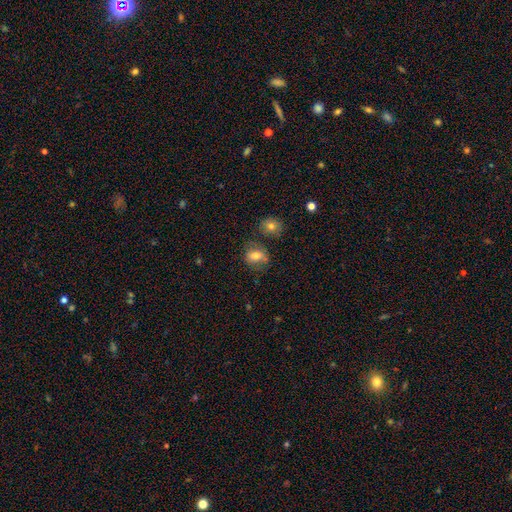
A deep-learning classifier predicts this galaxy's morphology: A smooth galaxy with no disk features (69%) that is in between round and cigar-shaped (58%).

Vote fractions:
- Smooth or featured? smooth: 69% / featured or disk: 21% / star or artifact: 10%
- How rounded? in between: 58% / round: 40% / cigar-shaped: 2%
- Merging? none: 64% / minor disturbance: 20% / merger: 9% / major disturbance: 8%